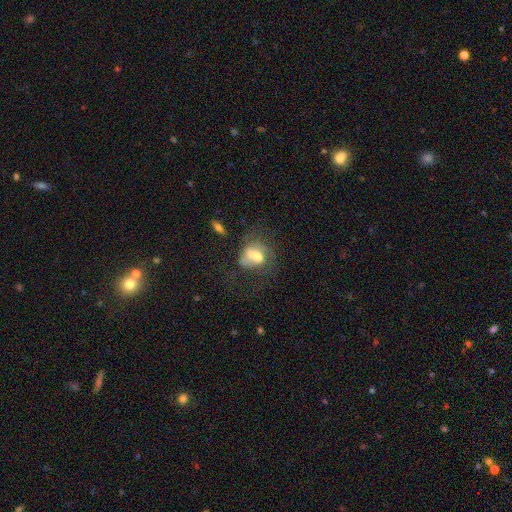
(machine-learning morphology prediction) type=smooth (50%); merging=merger (33%).